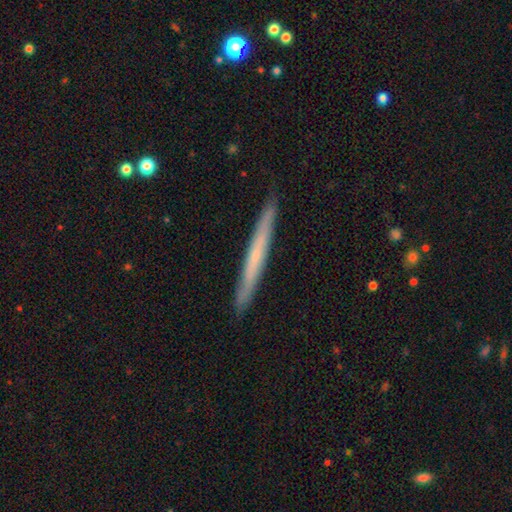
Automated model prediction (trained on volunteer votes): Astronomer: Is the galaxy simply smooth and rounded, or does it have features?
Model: smooth — 47%, tied with featured or disk at 47%.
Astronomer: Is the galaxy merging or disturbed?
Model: none — 91%.